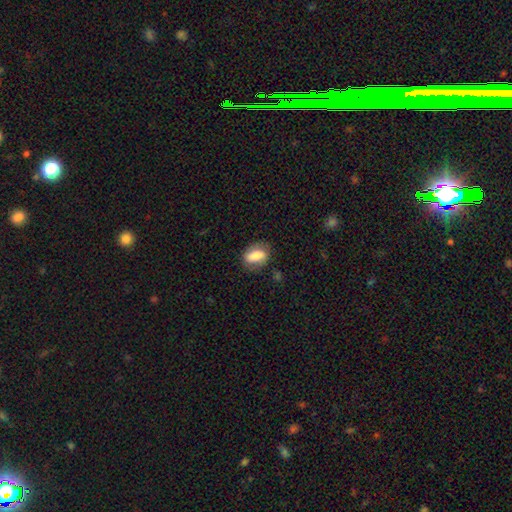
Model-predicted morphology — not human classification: Smooth or featured: smooth — 75% (featured or disk — 18%)
How rounded: in between — 82% (round — 12%)
Merging: none — 76% (minor disturbance — 18%)